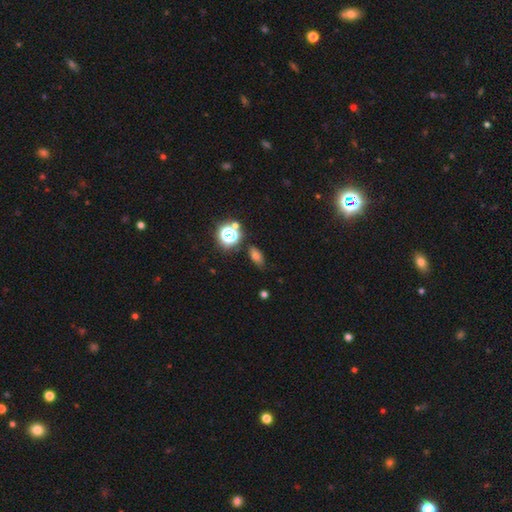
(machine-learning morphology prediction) Smooth or featured: smooth — 64% (star or artifact — 26%)
How rounded: in between — 77% (round — 16%)
Merging: none — 77% (minor disturbance — 15%)